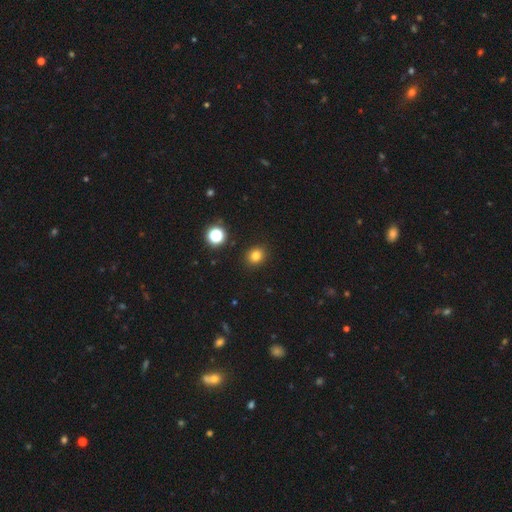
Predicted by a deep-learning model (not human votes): Morphology: type=smooth (80%); roundness=round (67%); merging=none (90%).